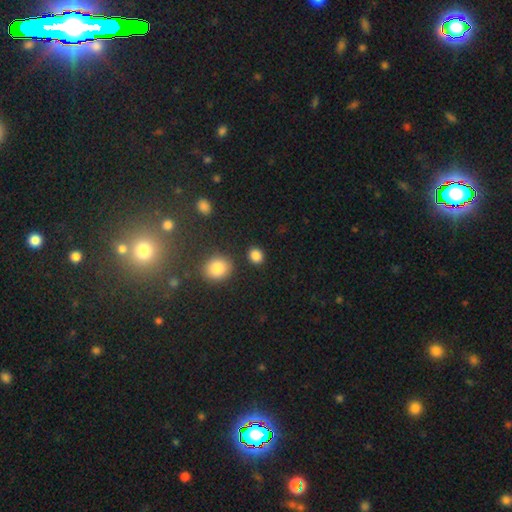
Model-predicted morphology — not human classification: smooth 86%, star or artifact 11%, featured or disk 4%. Down the decision tree: how rounded — round (66%); merging — none (85%).